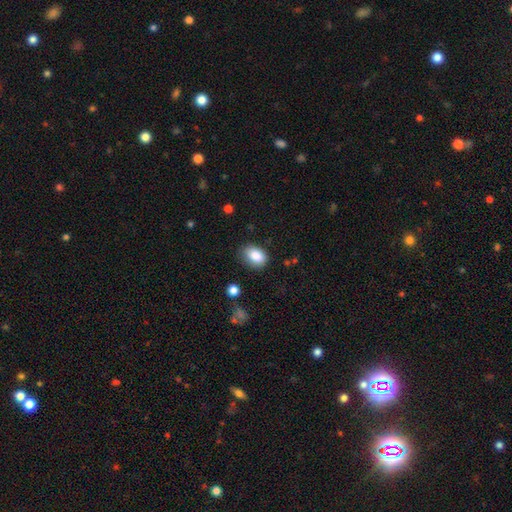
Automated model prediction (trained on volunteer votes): Overall: smooth (85%). How rounded: in between (79%). Merging: none (76%).